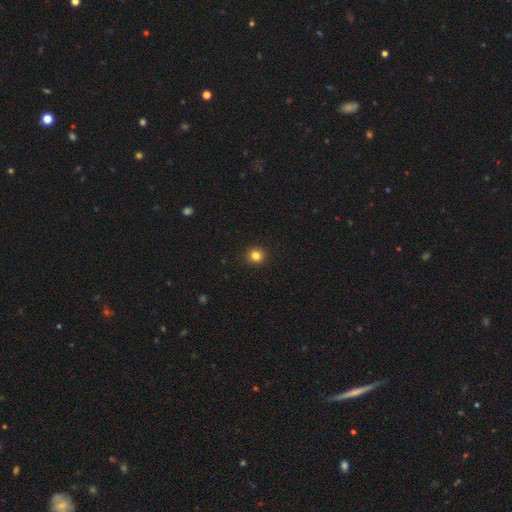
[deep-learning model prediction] Q: Smooth or featured?
A: smooth (83%); runner-up: star or artifact (12%)
Q: How rounded?
A: round (92%); runner-up: in between (7%)
Q: Merging?
A: none (93%); runner-up: minor disturbance (4%)